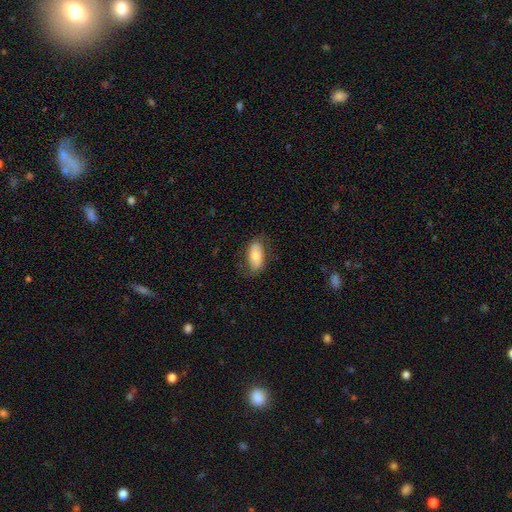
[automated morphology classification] Smooth or featured?
  - smooth: 66% *
  - featured or disk: 27%
  - star or artifact: 6%
How rounded?
  - in between: 91% *
  - cigar-shaped: 5%
  - round: 4%
Merging?
  - none: 72% *
  - minor disturbance: 20%
  - major disturbance: 7%
  - merger: 1%